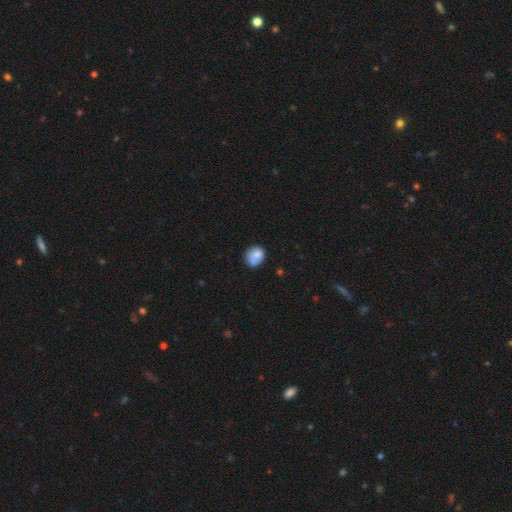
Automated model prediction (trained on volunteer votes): smooth_or_featured: smooth (p=0.76) [alt: featured or disk p=0.16]
how_rounded: round (p=0.62) [alt: in between p=0.37]
merging: none (p=0.55) [alt: minor disturbance p=0.24]